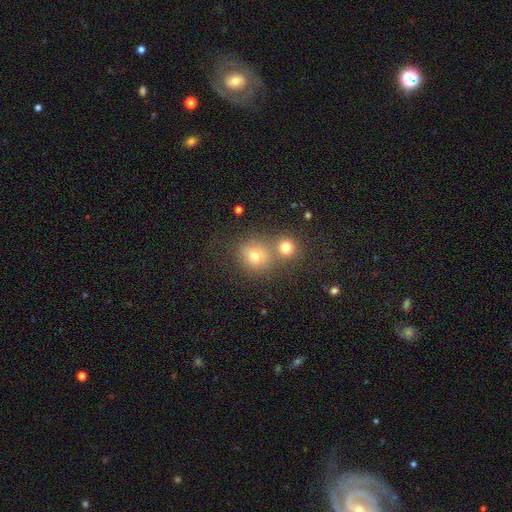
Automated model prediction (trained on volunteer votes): A smooth galaxy with no disk features (58%) that is round (83%). Merging: none (57%).